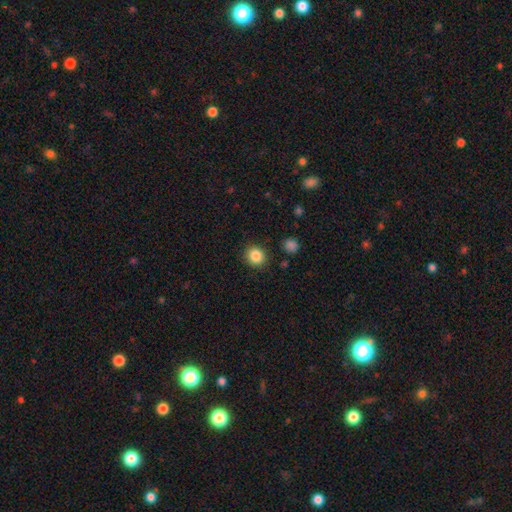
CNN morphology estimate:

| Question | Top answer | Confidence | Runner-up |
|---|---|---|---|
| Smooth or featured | smooth | 86% | star or artifact (10%) |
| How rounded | round | 86% | in between (13%) |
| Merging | none | 90% | minor disturbance (6%) |